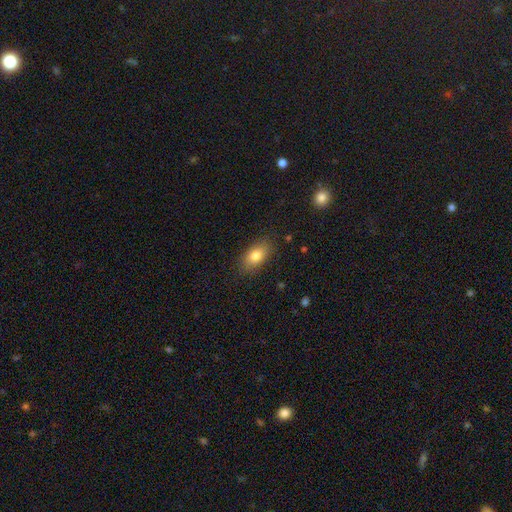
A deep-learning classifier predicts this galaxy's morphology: Smooth or featured? Predicted: smooth (p=0.81). How rounded? Predicted: in between (p=0.87). Merging? Predicted: none (p=0.84).